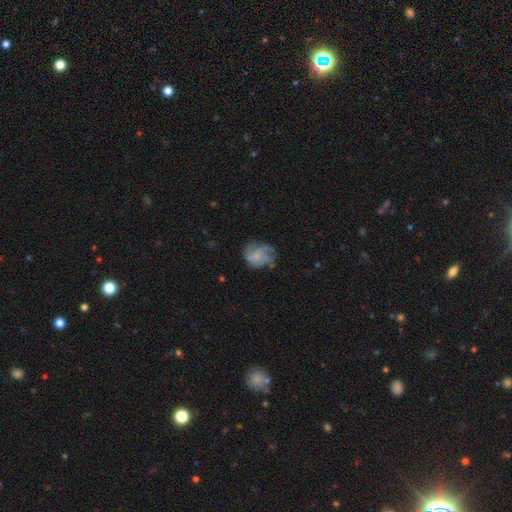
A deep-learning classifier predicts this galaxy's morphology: Smooth or featured: featured or disk — 60% (smooth — 30%)
Edge-on disk: no — 98% (yes — 2%)
Bar: no — 77% (weak — 20%)
Spiral arms: yes — 79% (no — 21%)
Bulge size: small — 50% (none — 29%)
Merging: none — 56% (minor disturbance — 24%)